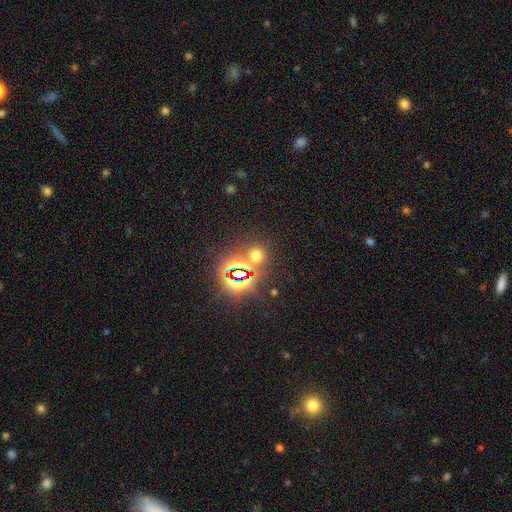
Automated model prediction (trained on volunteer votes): This is possibly a star or artifact rather than a galaxy (49%).